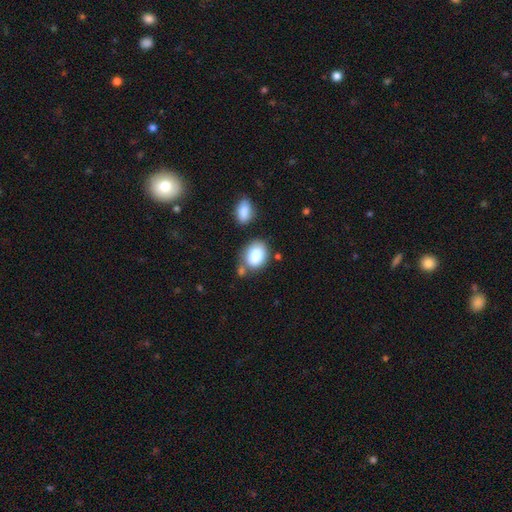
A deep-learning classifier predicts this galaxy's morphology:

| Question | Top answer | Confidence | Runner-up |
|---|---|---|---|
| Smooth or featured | smooth | 85% | star or artifact (8%) |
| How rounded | in between | 69% | round (30%) |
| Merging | none | 58% | minor disturbance (19%) |